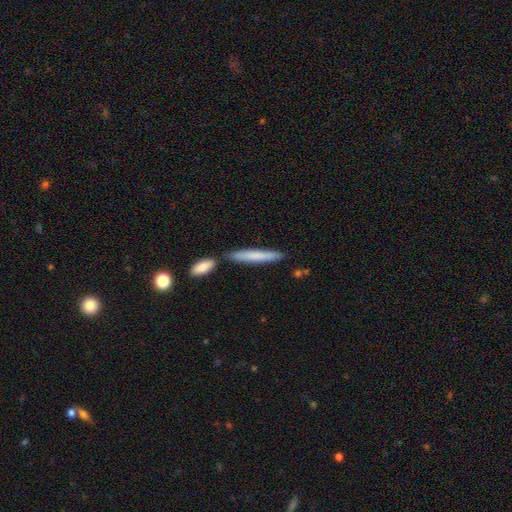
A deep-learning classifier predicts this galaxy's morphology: The model was most divided on "smooth or featured": smooth: 73%, featured or disk: 22%, star or artifact: 6%. More confident: how rounded — cigar-shaped (93%); merging — none (72%).